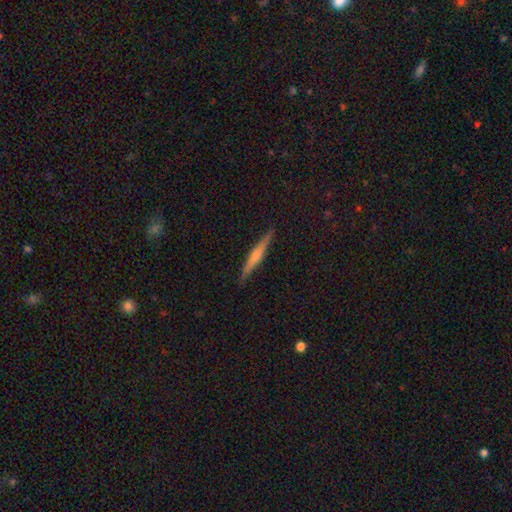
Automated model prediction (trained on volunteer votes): Smooth or featured? featured or disk (59%)
Edge-on disk? yes (98%)
Edge-on bulge? rounded (62%)
Merging? none (89%)